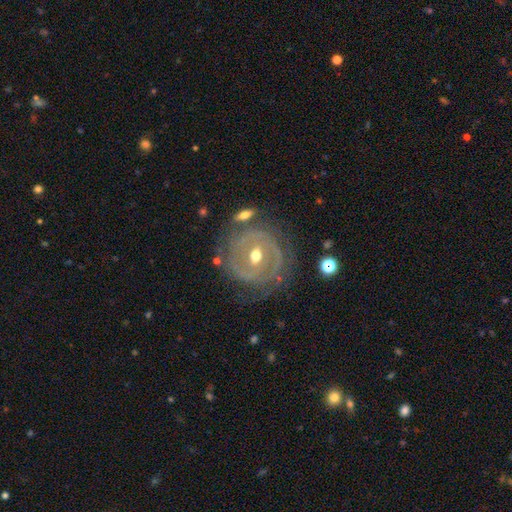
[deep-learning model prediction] This appears to be a featured or disk galaxy (82%) with a weak bar (44%), 2 (35%) tight (68%) spiral arms (80%) and a moderate central bulge (73%). Merging: none (69%).